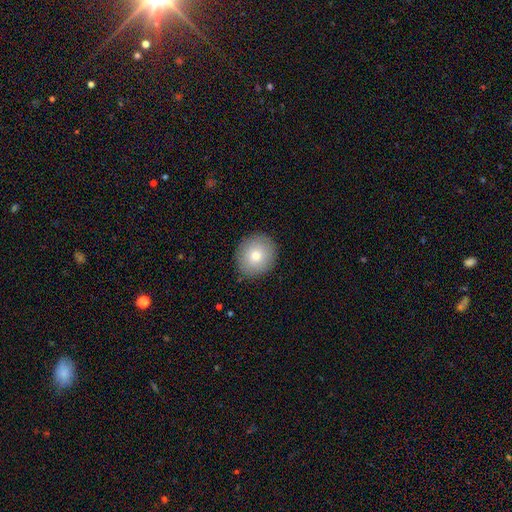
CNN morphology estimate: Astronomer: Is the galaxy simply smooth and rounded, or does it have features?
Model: smooth — 77%.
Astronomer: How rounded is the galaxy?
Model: round — 83%.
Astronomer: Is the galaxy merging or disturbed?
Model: none — 90%.